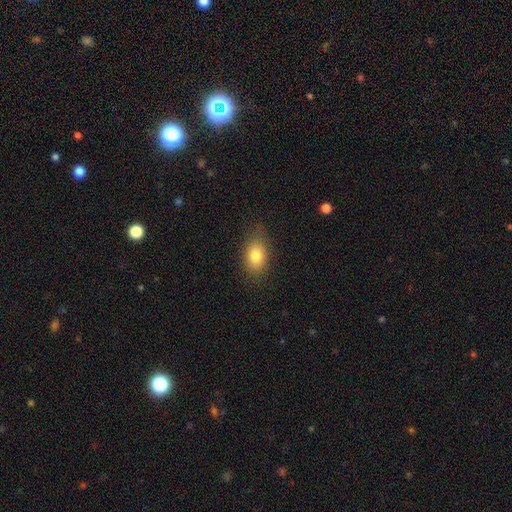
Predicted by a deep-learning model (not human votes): Morphology: type=smooth (81%); roundness=in between (85%); merging=none (77%).